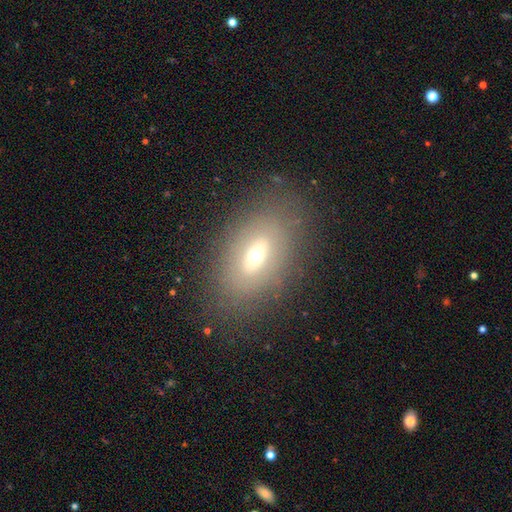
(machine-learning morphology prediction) Overall: smooth (46%; featured or disk 41%). Merging: none (82%).